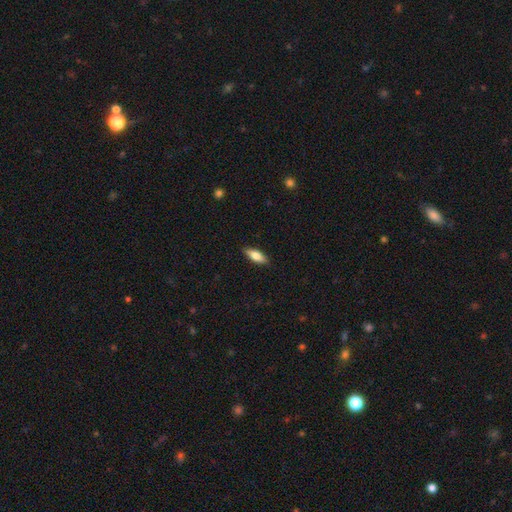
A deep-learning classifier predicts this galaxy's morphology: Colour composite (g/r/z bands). It shows a smooth galaxy with no disk features (74%) that is in between round and cigar-shaped (69%). Merging: none (89%).